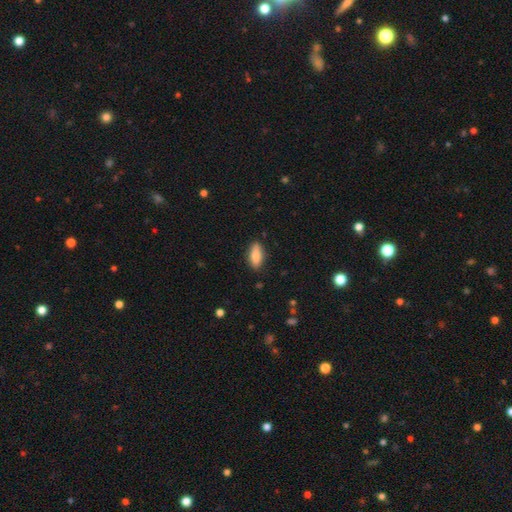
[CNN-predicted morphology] This is clearly a smooth galaxy (80%). How rounded: likely in between (75%). Merging: clearly none (84%).